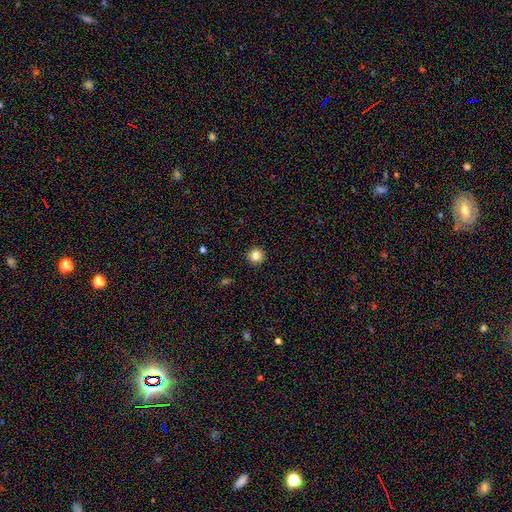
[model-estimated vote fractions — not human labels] Q: Smooth or featured?
A: smooth (83%); runner-up: star or artifact (12%)
Q: How rounded?
A: round (96%); runner-up: in between (3%)
Q: Merging?
A: none (93%); runner-up: minor disturbance (4%)